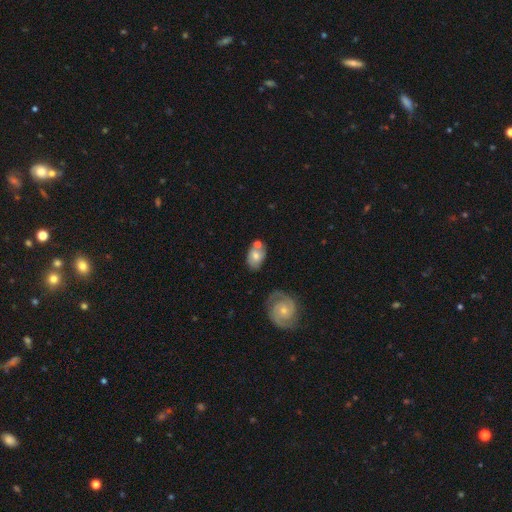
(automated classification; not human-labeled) smooth 56%, featured or disk 37%, star or artifact 8%. Down the decision tree: how rounded — in between (79%); merging — none (54%).